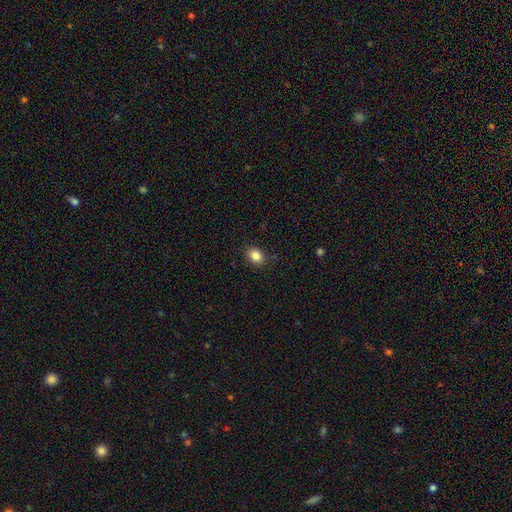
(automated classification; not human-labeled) smooth 85%, star or artifact 10%, featured or disk 5%. Down the decision tree: how rounded — in between (53%); merging — none (85%).